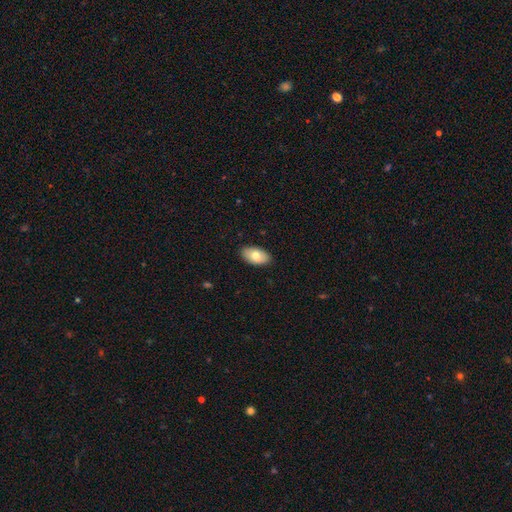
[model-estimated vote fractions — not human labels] This is likely a smooth galaxy (77%). How rounded: clearly in between (95%). Merging: clearly none (88%).